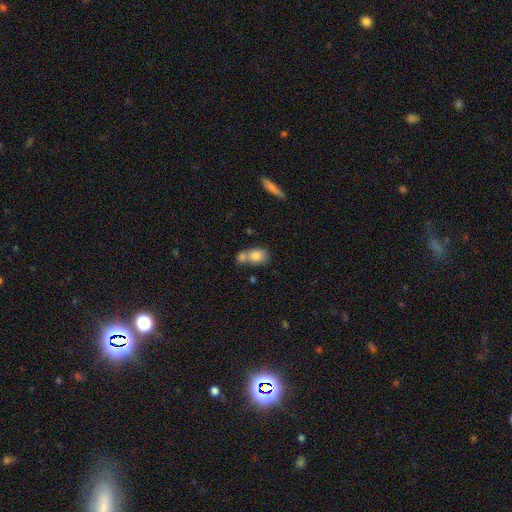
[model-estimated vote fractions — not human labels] A smooth galaxy with no disk features (79%) that is in between round and cigar-shaped (59%). Merging: merger (52%).